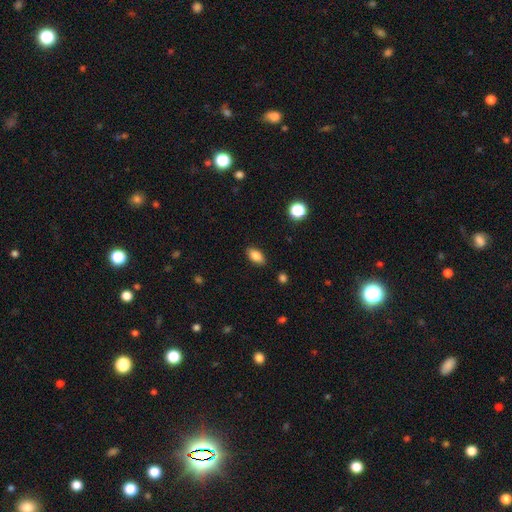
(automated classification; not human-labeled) This appears to be a smooth galaxy with no disk features (84%) that is in between round and cigar-shaped (89%). Merging: none (87%).